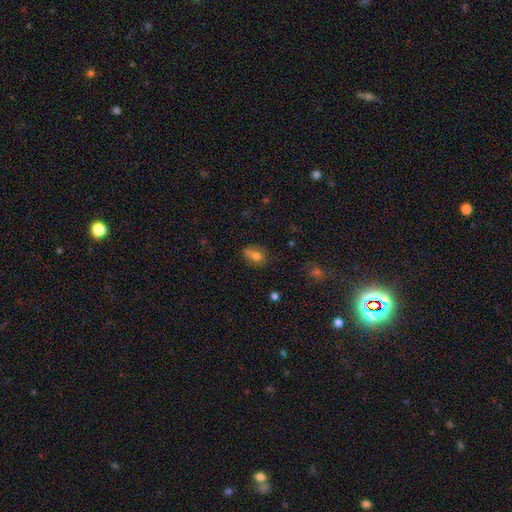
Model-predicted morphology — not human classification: smooth-or-featured: smooth: 71% | featured or disk: 15% | star or artifact: 14%
  how-rounded: in between: 59% | round: 37% | cigar-shaped: 4%
  merging: none: 47% | merger: 23% | minor disturbance: 20% | major disturbance: 9%